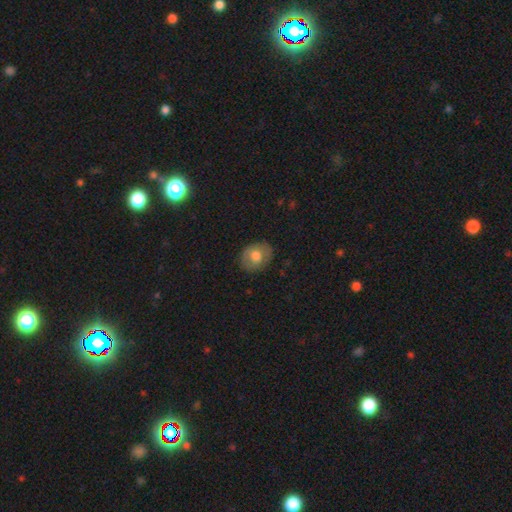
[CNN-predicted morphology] smooth_or_featured: smooth (p=0.66) [alt: featured or disk p=0.26]
how_rounded: round (p=0.53) [alt: in between p=0.46]
merging: none (p=0.83) [alt: minor disturbance p=0.13]